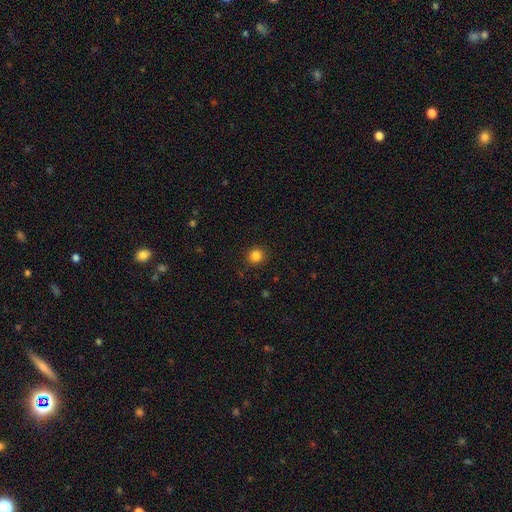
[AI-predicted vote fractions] smooth_or_featured: smooth (p=0.84) [alt: star or artifact p=0.12]
how_rounded: round (p=0.90) [alt: in between p=0.09]
merging: none (p=0.91) [alt: minor disturbance p=0.06]